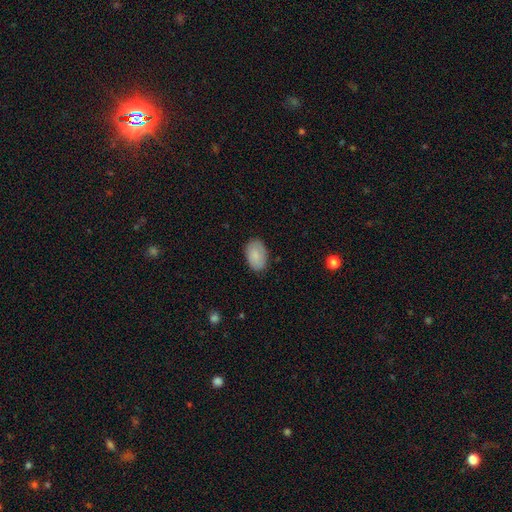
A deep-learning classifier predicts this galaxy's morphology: smooth-or-featured: smooth: 84% | featured or disk: 10% | star or artifact: 6%
  how-rounded: in between: 90% | round: 9% | cigar-shaped: 1%
  merging: none: 82% | minor disturbance: 14% | major disturbance: 3% | merger: 1%